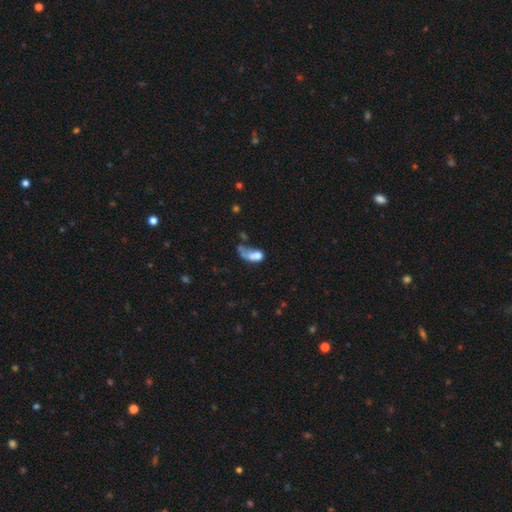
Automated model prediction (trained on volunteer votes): A smooth galaxy with no disk features (60%) that is in between round and cigar-shaped (81%).

Vote fractions:
- Smooth or featured? smooth: 60% / featured or disk: 27% / star or artifact: 12%
- How rounded? in between: 81% / round: 12% / cigar-shaped: 7%
- Merging? major disturbance: 43% / merger: 23% / none: 18% / minor disturbance: 16%